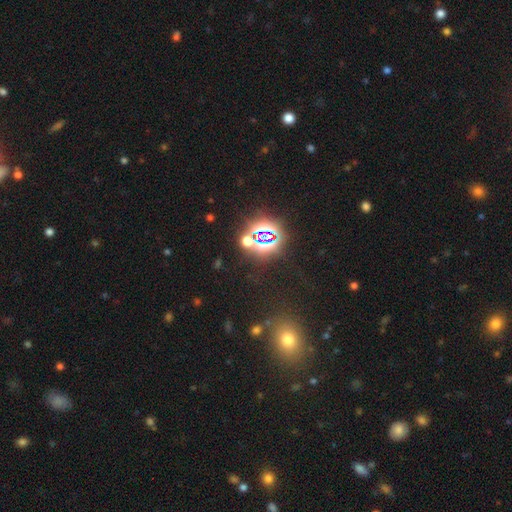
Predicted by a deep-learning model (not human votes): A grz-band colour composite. It shows a star or artifact, not a galaxy (73%).